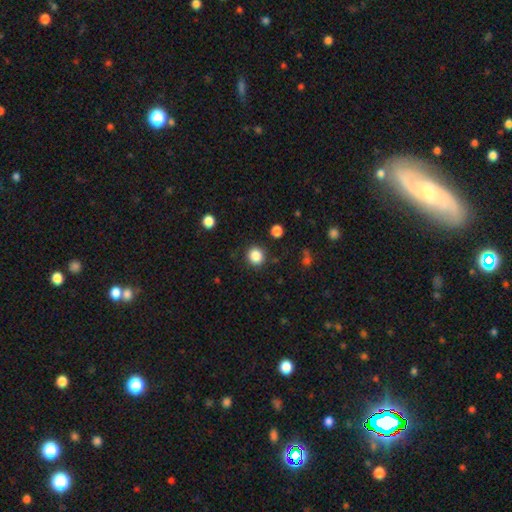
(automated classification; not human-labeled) This appears to be a smooth galaxy with no disk features (86%) that is round (89%). Merging: none (89%).